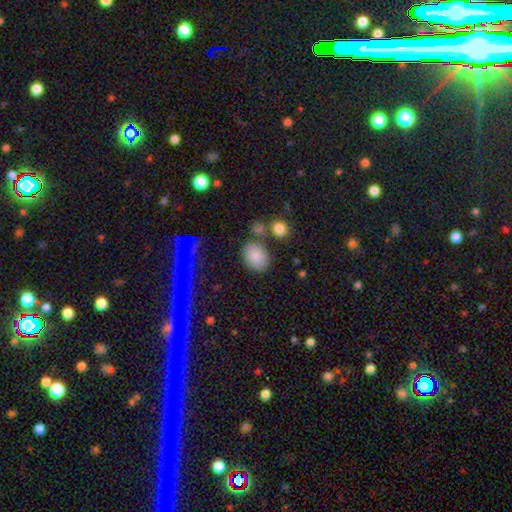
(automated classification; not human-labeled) The model was most divided on "how rounded": in between: 58%, round: 40%, cigar-shaped: 2%. More confident: smooth or featured — smooth (81%); merging — none (73%).